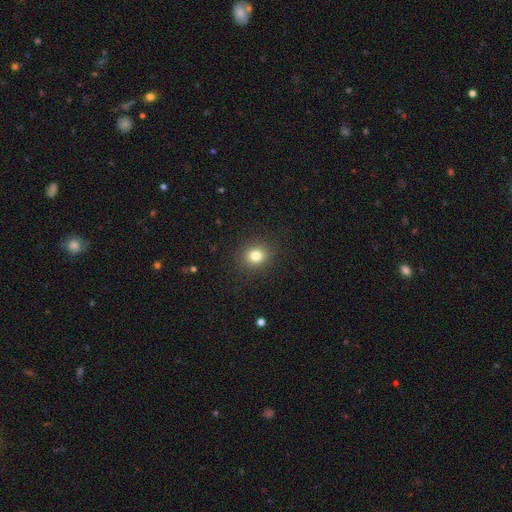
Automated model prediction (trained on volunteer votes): Smooth or featured? smooth (81%)
How rounded? round (78%)
Merging? none (90%)